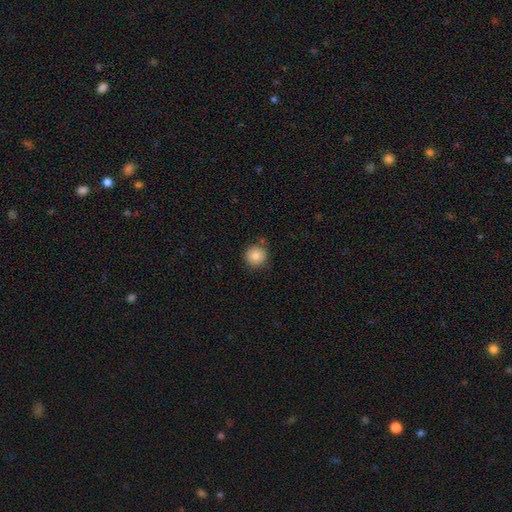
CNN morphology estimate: smooth 86%, star or artifact 9%, featured or disk 5%. Down the decision tree: how rounded — round (94%); merging — none (82%).